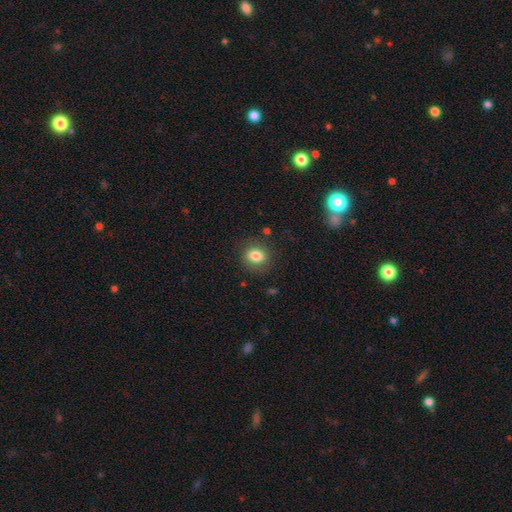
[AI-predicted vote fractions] Smooth or featured: smooth — 83% (star or artifact — 10%)
How rounded: round — 66% (in between — 33%)
Merging: none — 85% (minor disturbance — 10%)